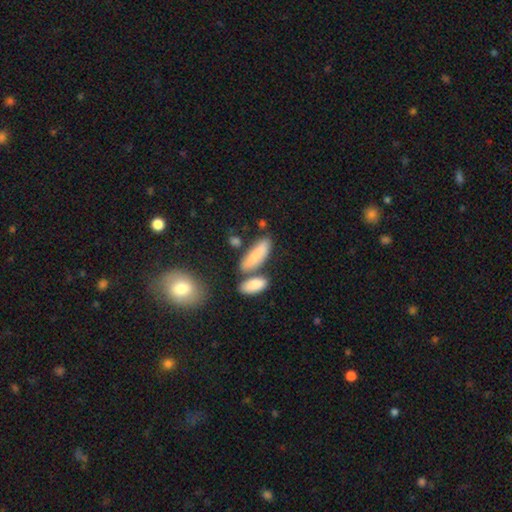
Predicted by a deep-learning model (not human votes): Overall: smooth (74%). How rounded: in between (60%; cigar-shaped 37%). Merging: none (59%; merger 21%).